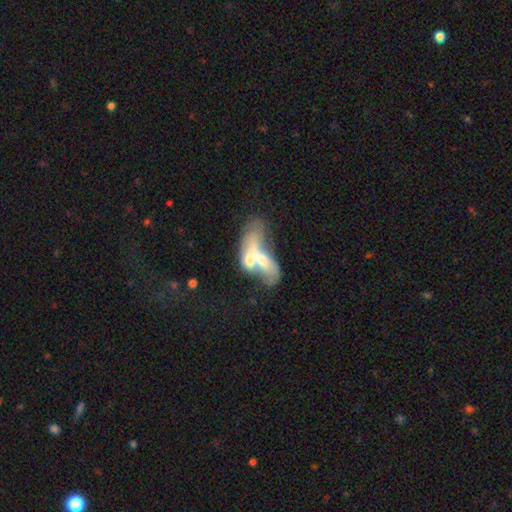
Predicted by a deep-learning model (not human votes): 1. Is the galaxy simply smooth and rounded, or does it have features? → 48% featured or disk, 44% smooth, 8% star or artifact.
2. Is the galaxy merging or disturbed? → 72% merger, 13% major disturbance, 8% none, 6% minor disturbance.